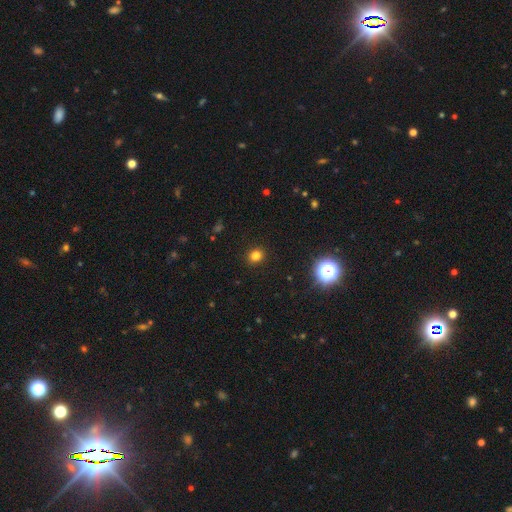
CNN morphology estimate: Smooth or featured? smooth (79%)
How rounded? round (73%)
Merging? none (91%)